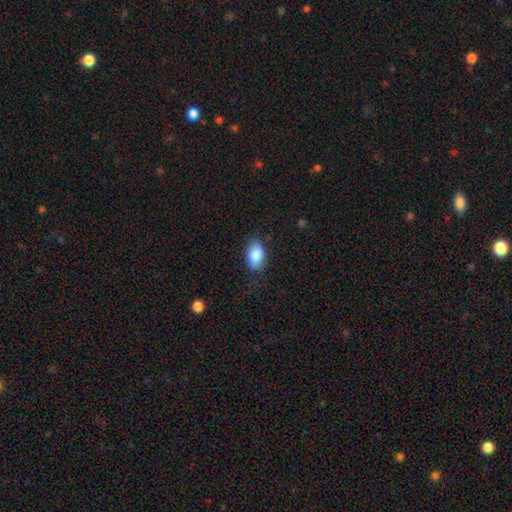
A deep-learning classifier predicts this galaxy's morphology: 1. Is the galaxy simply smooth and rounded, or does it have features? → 88% smooth, 7% star or artifact, 6% featured or disk.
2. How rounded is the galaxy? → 90% in between, 8% round, 2% cigar-shaped.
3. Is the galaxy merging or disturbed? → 79% none, 16% minor disturbance, 4% major disturbance, 1% merger.